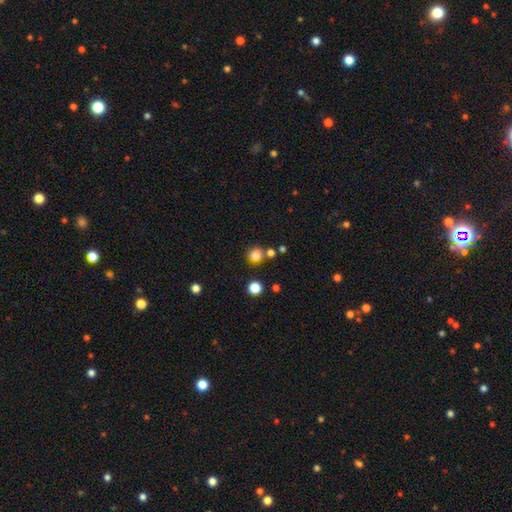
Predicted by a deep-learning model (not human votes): smooth 77%, star or artifact 17%, featured or disk 7%. Down the decision tree: how rounded — round (82%); merging — none (70%).